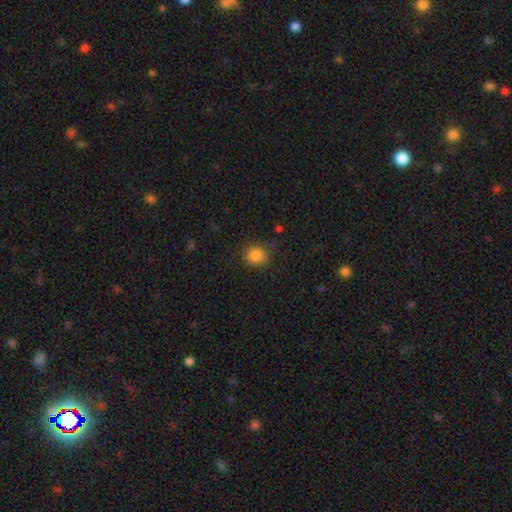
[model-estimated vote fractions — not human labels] Smooth or featured?
  - smooth: 85% *
  - star or artifact: 11%
  - featured or disk: 4%
How rounded?
  - round: 81% *
  - in between: 18%
  - cigar-shaped: 1%
Merging?
  - none: 84% *
  - minor disturbance: 11%
  - major disturbance: 3%
  - merger: 1%